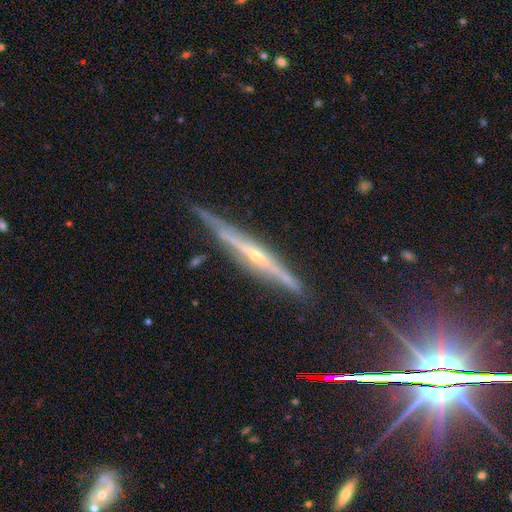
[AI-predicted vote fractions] Smooth or featured? Predicted: featured or disk (p=0.80). Edge-on disk? Predicted: yes (p=0.96). Edge-on bulge? Predicted: rounded (p=0.70). Merging? Predicted: none (p=0.80).